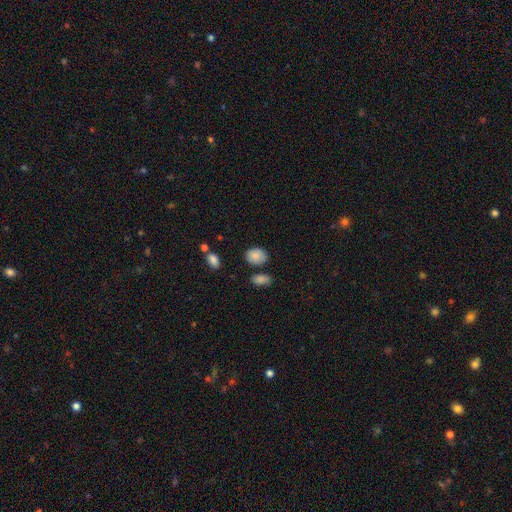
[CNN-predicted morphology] smooth_or_featured: smooth (p=0.83) [alt: featured or disk p=0.09]
how_rounded: in between (p=0.64) [alt: round p=0.35]
merging: none (p=0.72) [alt: minor disturbance p=0.18]